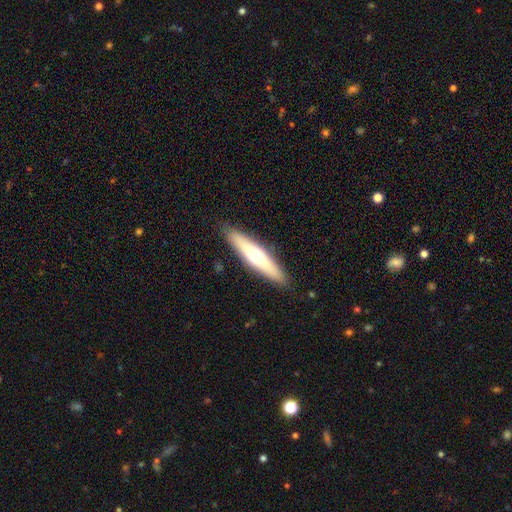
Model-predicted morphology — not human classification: Smooth or featured? smooth (52%)
How rounded? cigar-shaped (83%)
Merging? none (90%)